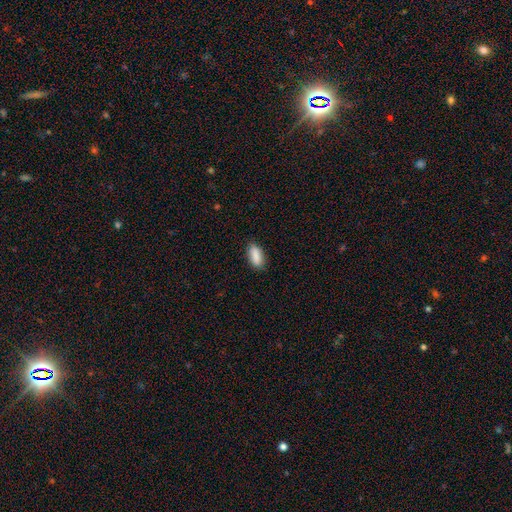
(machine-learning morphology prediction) smooth_or_featured: smooth (p=0.89) [alt: star or artifact p=0.07]
how_rounded: in between (p=0.82) [alt: cigar-shaped p=0.16]
merging: none (p=0.85) [alt: minor disturbance p=0.11]